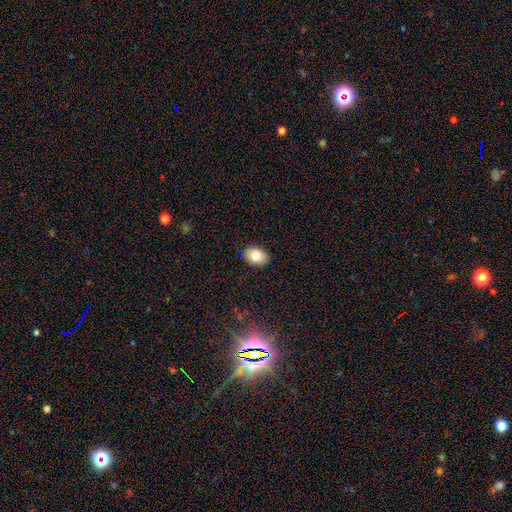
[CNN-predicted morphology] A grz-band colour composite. It shows a smooth galaxy with no disk features (81%) that is in between round and cigar-shaped (73%). Merging: none (88%).